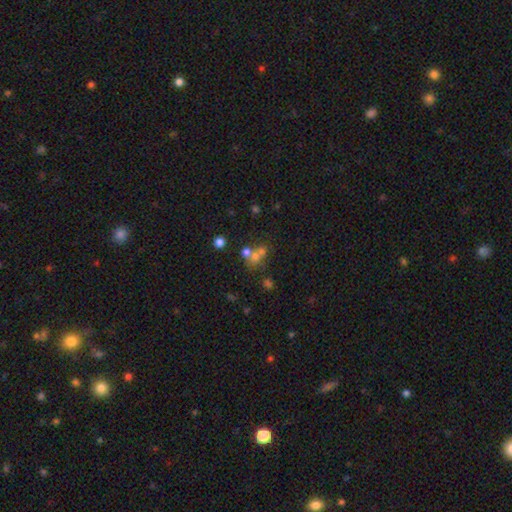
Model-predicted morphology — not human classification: Overall: smooth (54%; star or artifact 23%). How rounded: round (74%). Merging: merger (51%; none 36%).